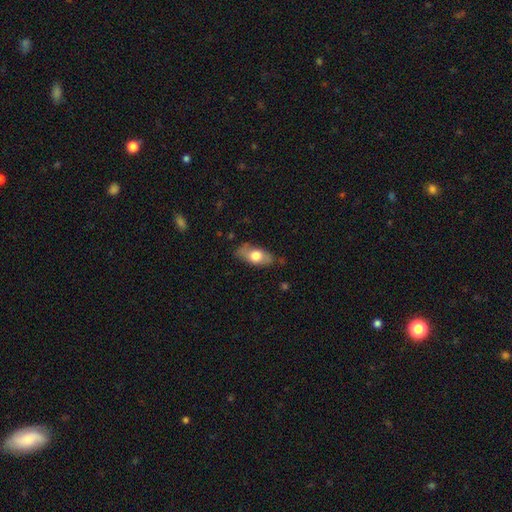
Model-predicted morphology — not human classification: Q: Smooth or featured?
A: smooth (64%); runner-up: featured or disk (29%)
Q: How rounded?
A: in between (84%); runner-up: cigar-shaped (11%)
Q: Merging?
A: none (71%); runner-up: minor disturbance (22%)